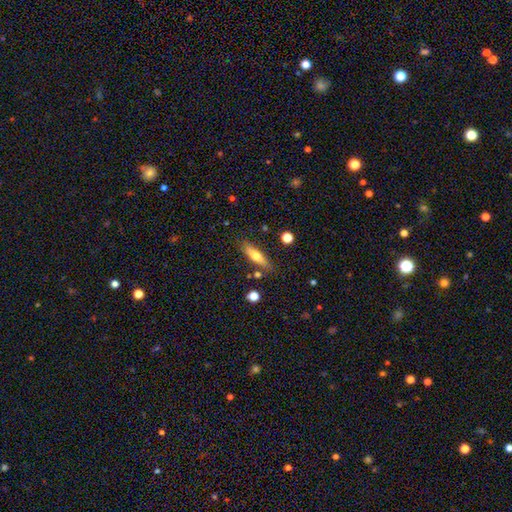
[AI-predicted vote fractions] smooth_or_featured: smooth (p=0.61) [alt: featured or disk p=0.32]
how_rounded: cigar-shaped (p=0.64) [alt: in between p=0.33]
merging: none (p=0.81) [alt: minor disturbance p=0.12]